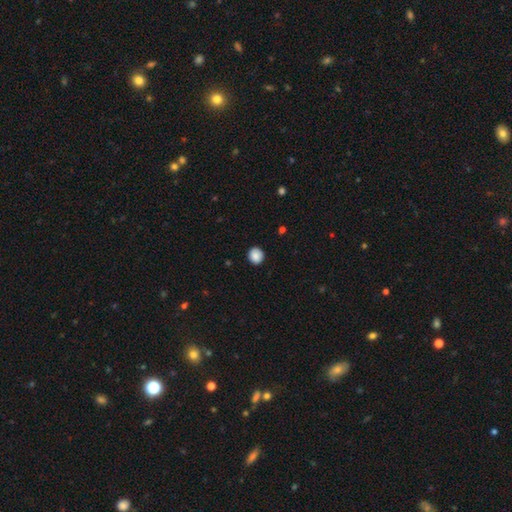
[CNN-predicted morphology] smooth 87%, star or artifact 8%, featured or disk 5%. Down the decision tree: how rounded — round (89%); merging — none (89%).